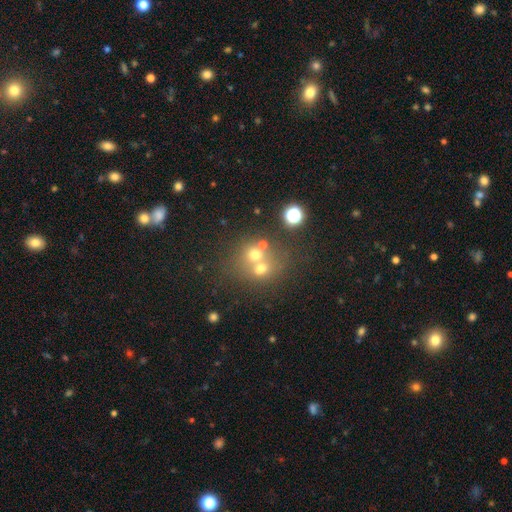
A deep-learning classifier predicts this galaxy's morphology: A smooth galaxy with no disk features (56%) that is round (77%). Merging: merger (50%).